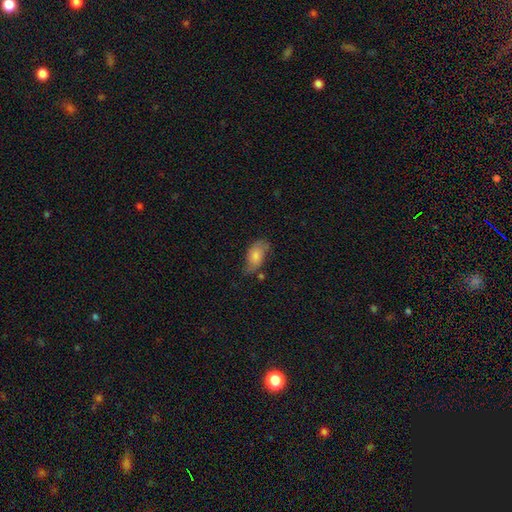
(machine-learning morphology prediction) Q: Smooth or featured?
A: smooth (61%); runner-up: featured or disk (32%)
Q: How rounded?
A: in between (90%); runner-up: round (6%)
Q: Merging?
A: none (54%); runner-up: minor disturbance (30%)